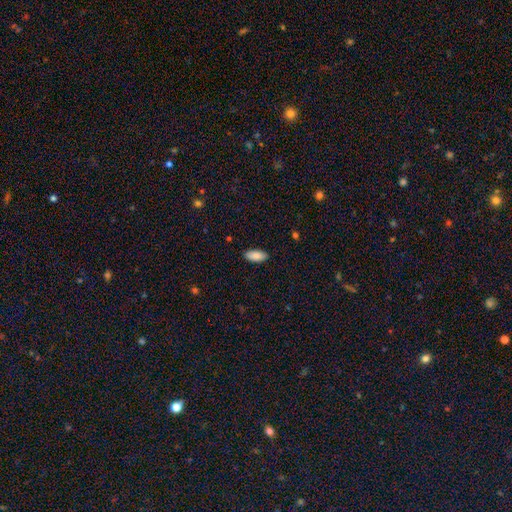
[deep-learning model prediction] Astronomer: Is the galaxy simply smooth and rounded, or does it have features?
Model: smooth — 88%.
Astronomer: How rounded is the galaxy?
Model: in between — 87%.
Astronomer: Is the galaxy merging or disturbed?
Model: none — 89%.